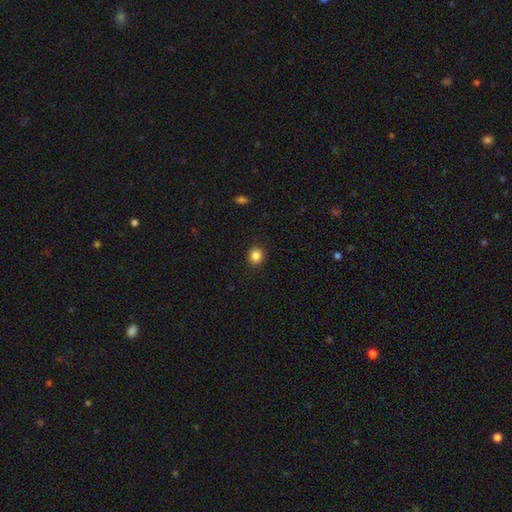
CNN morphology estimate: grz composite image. It shows a smooth galaxy with no disk features (85%) that is round (87%). Merging: none (92%).